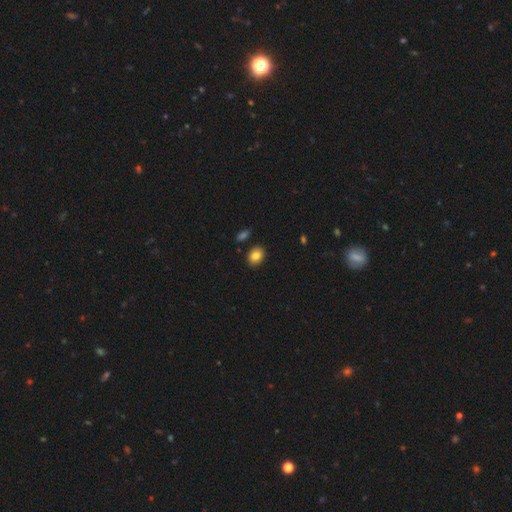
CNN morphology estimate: Smooth or featured?
  - smooth: 84% *
  - star or artifact: 9%
  - featured or disk: 8%
How rounded?
  - in between: 60% *
  - round: 39%
  - cigar-shaped: 1%
Merging?
  - none: 87% *
  - minor disturbance: 8%
  - merger: 3%
  - major disturbance: 2%